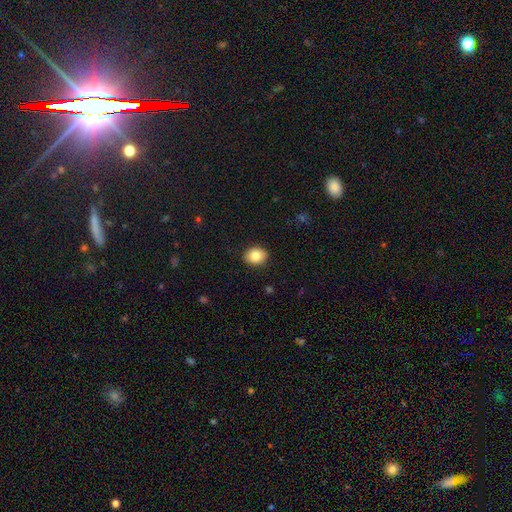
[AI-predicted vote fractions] The model was most divided on "how rounded": round: 52%, in between: 47%, cigar-shaped: 1%. More confident: merging — none (90%); smooth or featured — smooth (84%).